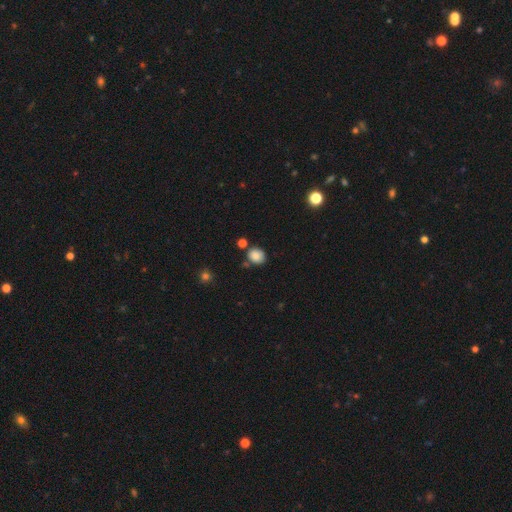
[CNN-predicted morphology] Overall: smooth (84%). How rounded: round (67%; in between 32%). Merging: none (71%).